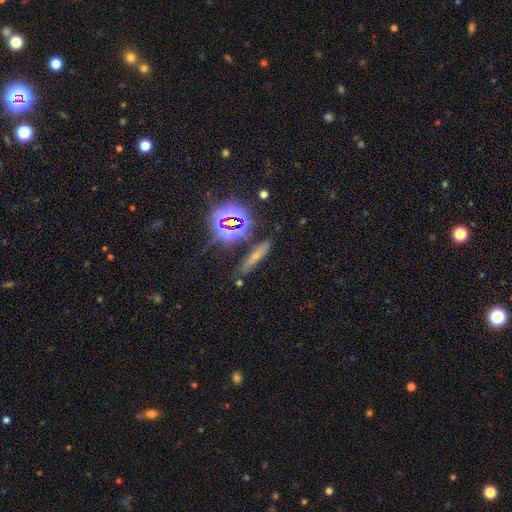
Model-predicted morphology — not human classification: This is possibly a smooth galaxy (47%). Merging: likely none (79%).